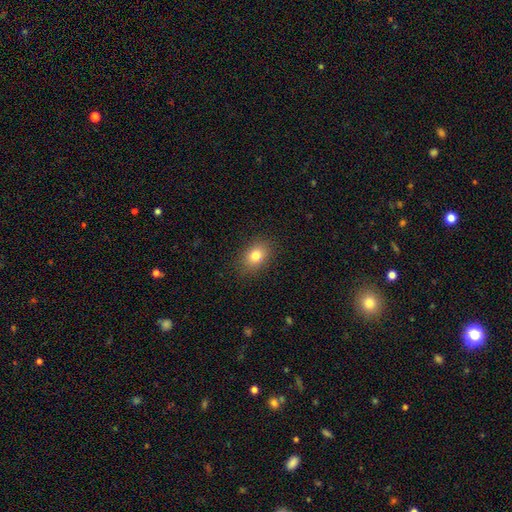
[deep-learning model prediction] This is clearly a smooth galaxy (80%). How rounded: likely in between (71%). Merging: clearly none (87%).